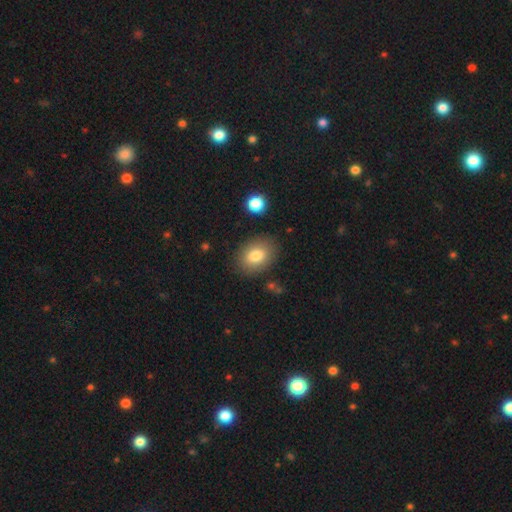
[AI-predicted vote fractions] This appears to be a smooth galaxy with no disk features (82%) that is in between round and cigar-shaped (75%). Merging: none (82%).